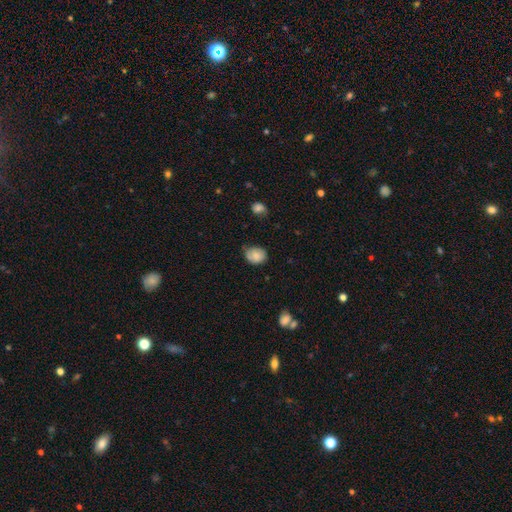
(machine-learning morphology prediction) type=smooth (77%); roundness=in between (51%); merging=none (56%).